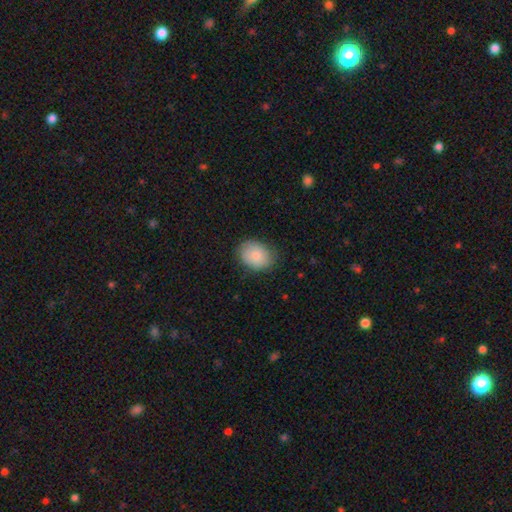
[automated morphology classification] This appears to be a smooth galaxy with no disk features (85%) that is in between round and cigar-shaped (59%). Merging: none (80%).